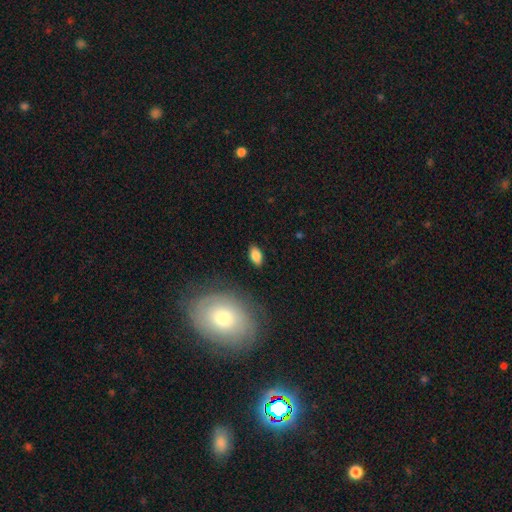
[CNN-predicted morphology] smooth 83%, featured or disk 9%, star or artifact 8%. Down the decision tree: how rounded — in between (91%); merging — none (86%).